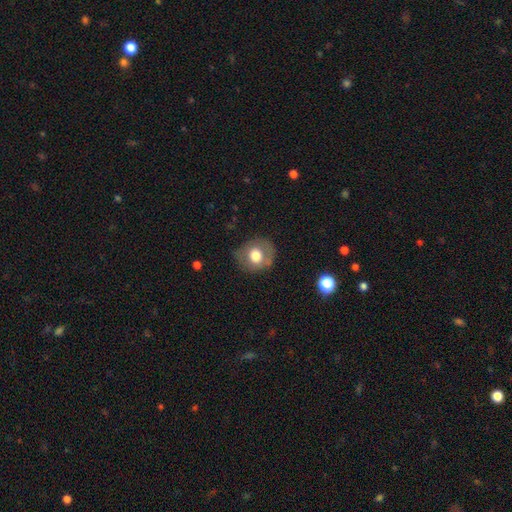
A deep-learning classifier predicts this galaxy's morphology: Smooth or featured?
  - smooth: 66% *
  - featured or disk: 26%
  - star or artifact: 8%
How rounded?
  - round: 77% *
  - in between: 22%
  - cigar-shaped: 1%
Merging?
  - none: 75% *
  - minor disturbance: 17%
  - major disturbance: 6%
  - merger: 2%